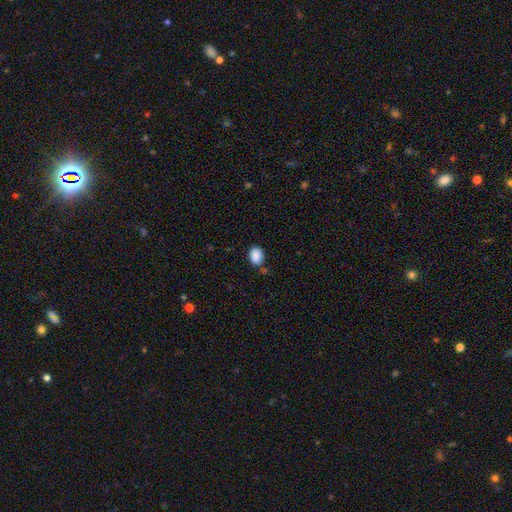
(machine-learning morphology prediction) Smooth or featured?
  - smooth: 89% *
  - star or artifact: 8%
  - featured or disk: 3%
How rounded?
  - in between: 71% *
  - round: 28%
  - cigar-shaped: 1%
Merging?
  - none: 78% *
  - minor disturbance: 14%
  - merger: 5%
  - major disturbance: 3%